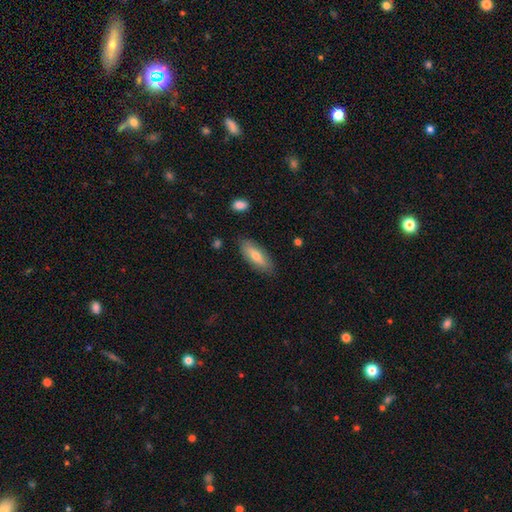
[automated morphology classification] Q: Smooth or featured?
A: smooth (66%); runner-up: featured or disk (27%)
Q: How rounded?
A: in between (65%); runner-up: cigar-shaped (33%)
Q: Merging?
A: none (84%); runner-up: minor disturbance (12%)